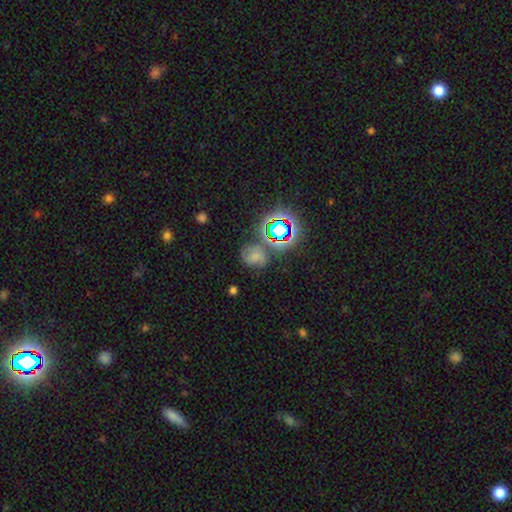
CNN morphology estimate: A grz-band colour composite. It shows a smooth galaxy with no disk features (45%). Merging: none (54%).